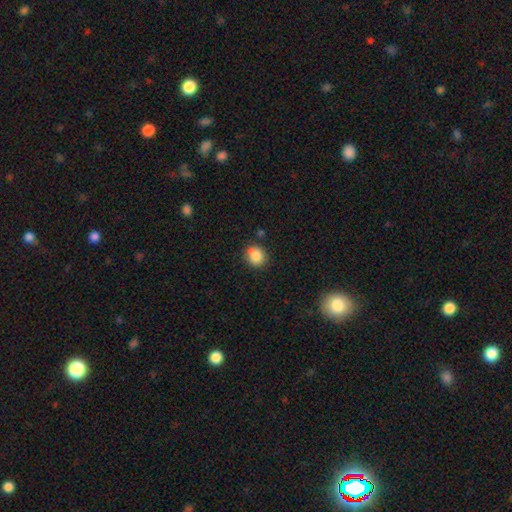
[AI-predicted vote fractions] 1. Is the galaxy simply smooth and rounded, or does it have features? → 86% smooth, 9% star or artifact, 5% featured or disk.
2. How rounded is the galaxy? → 67% round, 33% in between, 1% cigar-shaped.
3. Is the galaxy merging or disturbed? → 80% none, 14% minor disturbance, 3% merger, 3% major disturbance.